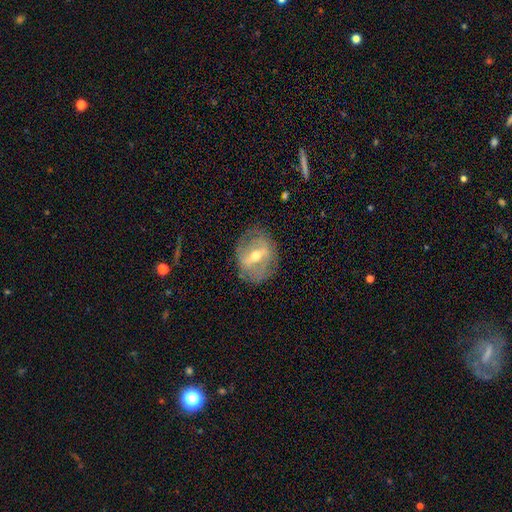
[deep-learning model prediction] A featured or disk galaxy (74%) with a strong bar (57%), spiral arms (58%) and a moderate central bulge (66%).

Vote fractions:
- Smooth or featured? featured or disk: 74% / smooth: 19% / star or artifact: 7%
- Edge-on disk? no: 91% / yes: 9%
- Bar? strong: 57% / weak: 33% / no: 10%
- Spiral arms? yes: 58% / no: 42%
- Bulge size? moderate: 66% / small: 29% / large: 4% / none: 1% / dominant: 1%
- Merging? none: 76% / minor disturbance: 16% / major disturbance: 7% / merger: 1%